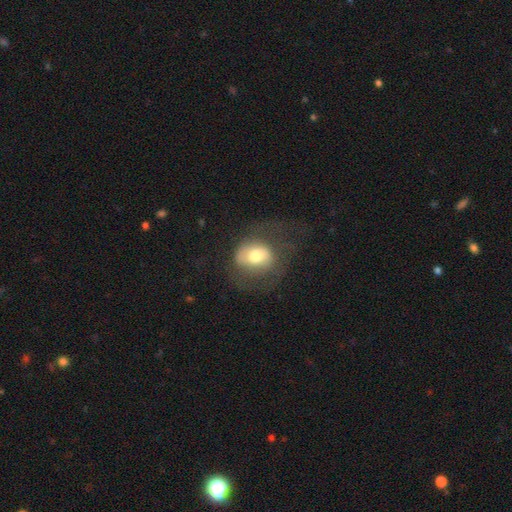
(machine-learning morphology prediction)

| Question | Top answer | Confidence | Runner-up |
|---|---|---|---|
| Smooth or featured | smooth | 60% | featured or disk (32%) |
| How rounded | round | 51% | in between (48%) |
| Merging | none | 48% | major disturbance (29%) |